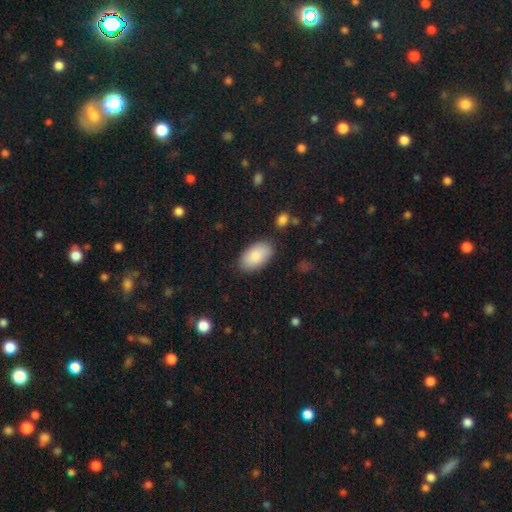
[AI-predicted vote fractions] Smooth or featured? smooth (87%)
How rounded? in between (95%)
Merging? none (83%)